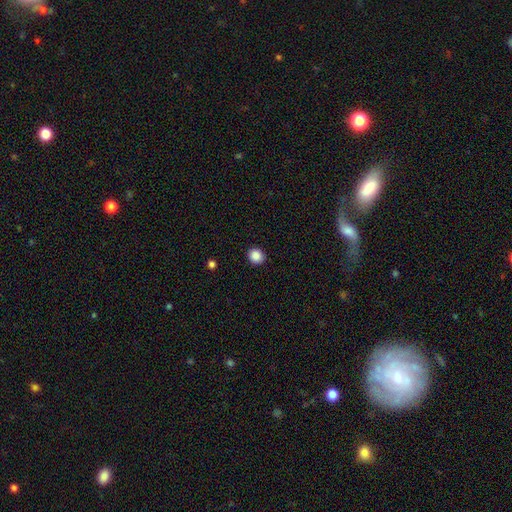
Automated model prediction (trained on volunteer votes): Q: Smooth or featured?
A: smooth (88%); runner-up: star or artifact (10%)
Q: How rounded?
A: round (85%); runner-up: in between (14%)
Q: Merging?
A: none (92%); runner-up: minor disturbance (5%)